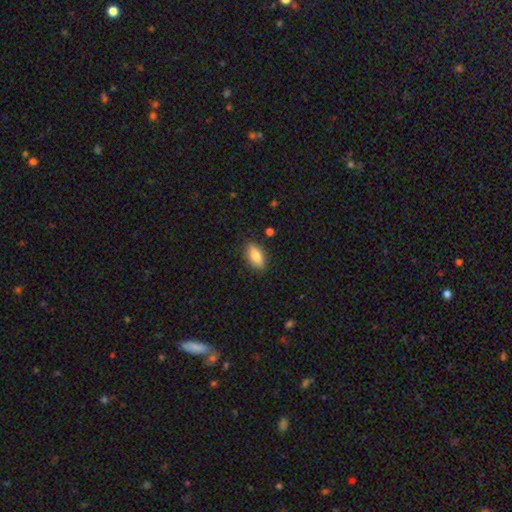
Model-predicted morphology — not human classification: A smooth galaxy with no disk features (75%) that is in between round and cigar-shaped (79%). Merging: none (85%).